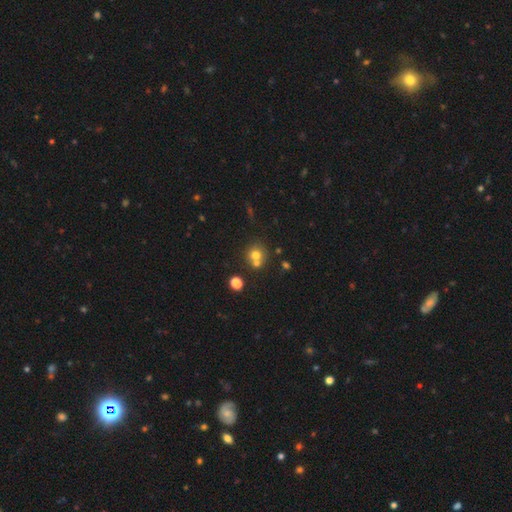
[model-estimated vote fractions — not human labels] Overall: smooth (69%). How rounded: round (87%). Merging: none (53%; merger 36%).